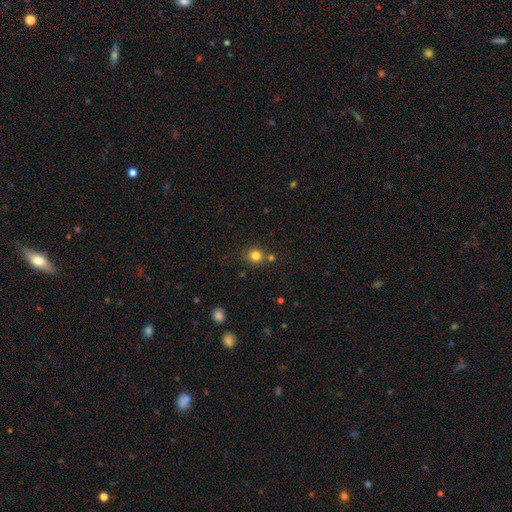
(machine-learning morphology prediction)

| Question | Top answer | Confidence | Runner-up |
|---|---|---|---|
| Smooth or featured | smooth | 81% | star or artifact (13%) |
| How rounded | round | 88% | in between (11%) |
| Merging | none | 73% | merger (14%) |